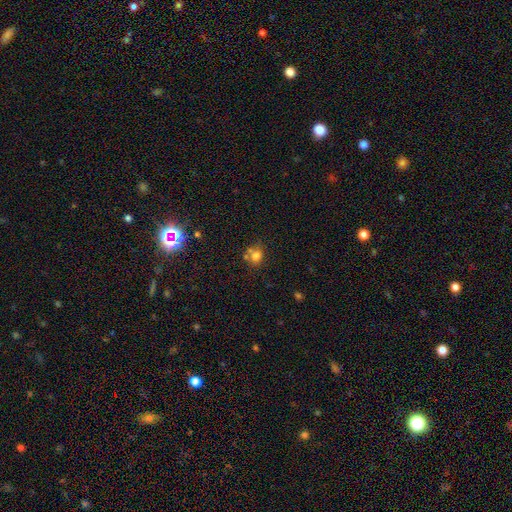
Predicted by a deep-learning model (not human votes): A smooth galaxy with no disk features (73%) that is round (63%). Merging: none (50%).